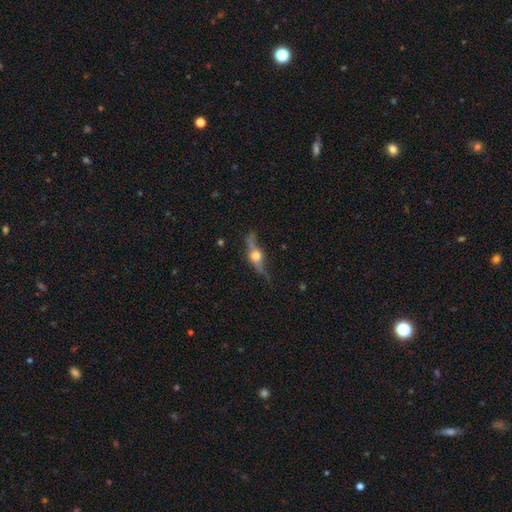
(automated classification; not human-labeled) The model was most divided on "merging": none: 70%, minor disturbance: 20%, major disturbance: 8%, merger: 3%. More confident: edge-on bulge — rounded (96%); edge-on disk — yes (90%); smooth or featured — featured or disk (73%).